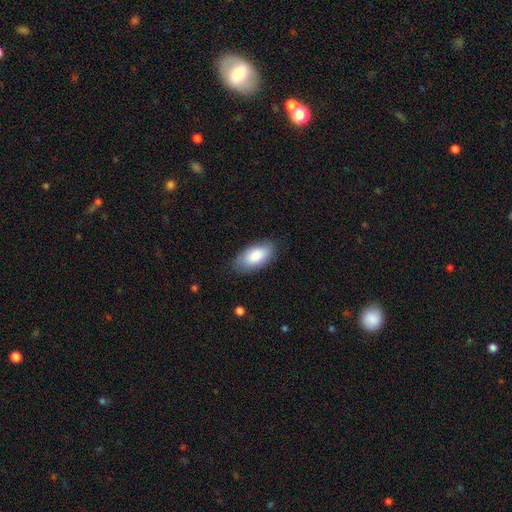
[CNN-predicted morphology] type=smooth (84%); roundness=in between (94%); merging=none (81%).